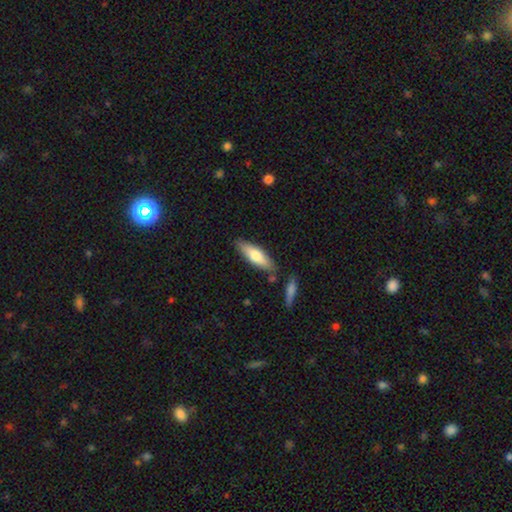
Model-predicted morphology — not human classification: Smooth or featured? smooth (67%)
How rounded? cigar-shaped (51%)
Merging? none (81%)